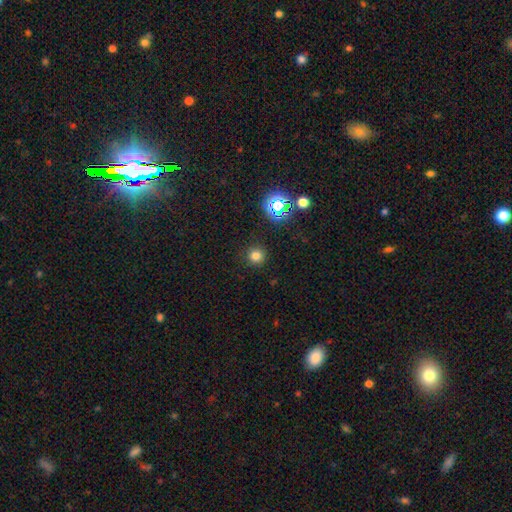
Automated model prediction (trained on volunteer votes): Smooth or featured? smooth (74%)
How rounded? round (94%)
Merging? none (90%)